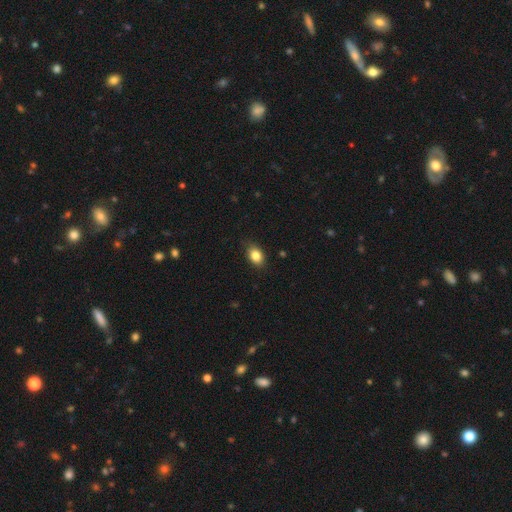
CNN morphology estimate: Q: Smooth or featured?
A: smooth (85%); runner-up: star or artifact (9%)
Q: How rounded?
A: in between (77%); runner-up: round (22%)
Q: Merging?
A: none (82%); runner-up: minor disturbance (14%)